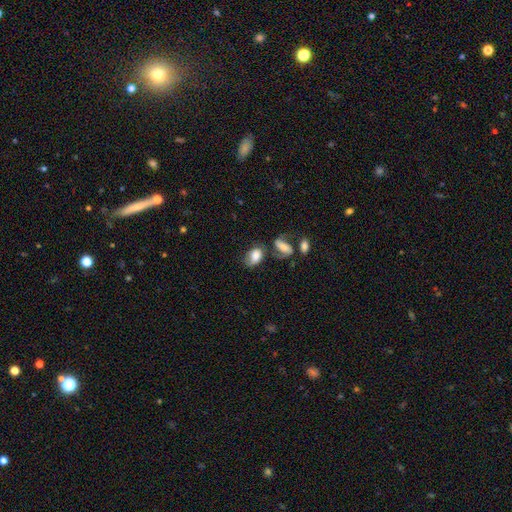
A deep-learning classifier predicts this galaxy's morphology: Smooth or featured? Predicted: smooth (p=0.71). How rounded? Predicted: in between (p=0.85). Merging? Predicted: none (p=0.43).